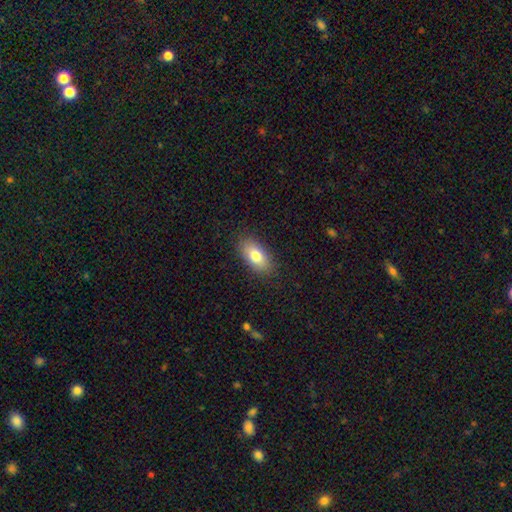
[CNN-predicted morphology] type=smooth (78%); roundness=in between (89%); merging=none (86%).